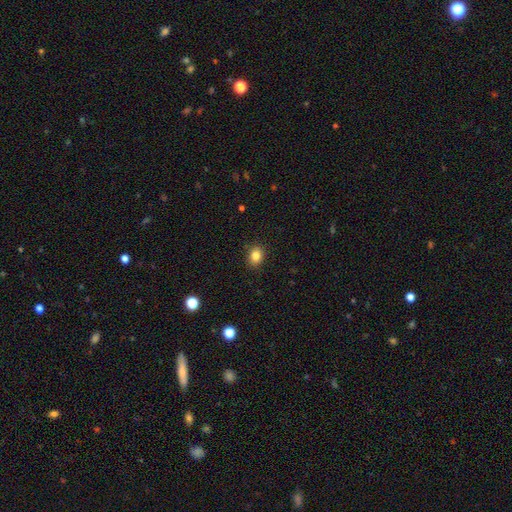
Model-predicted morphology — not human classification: Smooth or featured? smooth (84%)
How rounded? in between (51%)
Merging? none (89%)